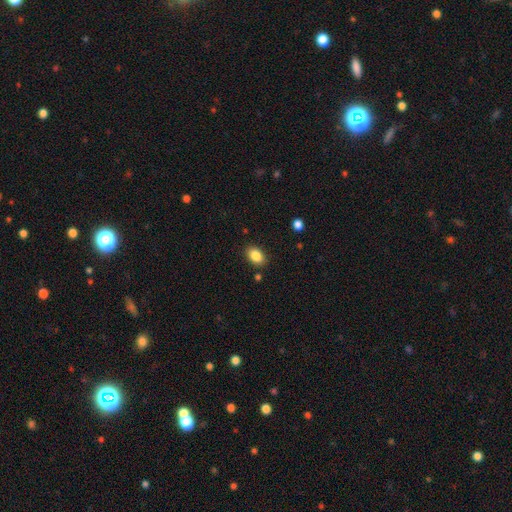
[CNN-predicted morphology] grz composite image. It shows a smooth galaxy with no disk features (87%) that is in between round and cigar-shaped (84%). Merging: none (86%).